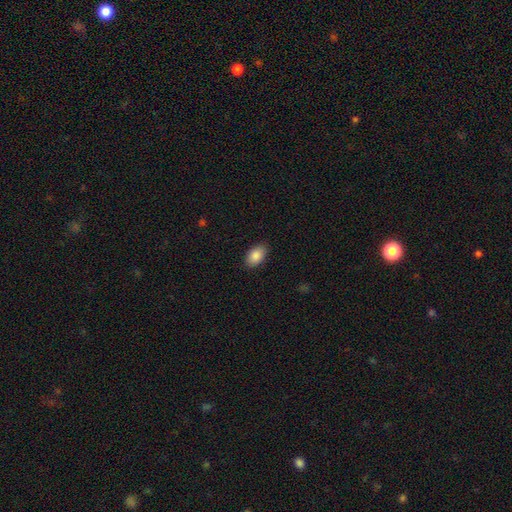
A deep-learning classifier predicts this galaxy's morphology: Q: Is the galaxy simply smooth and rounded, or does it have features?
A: smooth — 89%.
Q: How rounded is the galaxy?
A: in between — 92%.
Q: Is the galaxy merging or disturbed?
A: none — 88%.